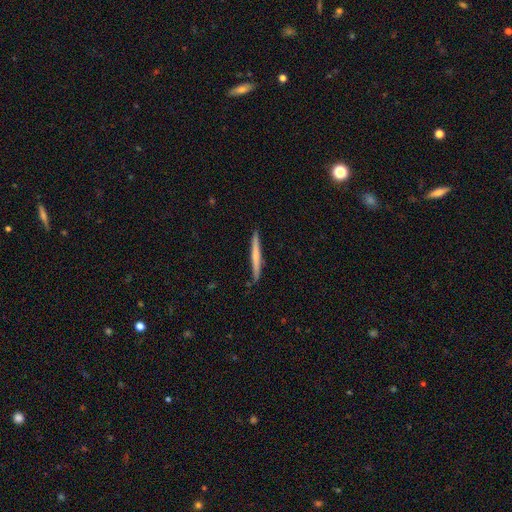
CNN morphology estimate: This appears to be a smooth galaxy with no disk features (53%) that is cigar-shaped (96%). Merging: none (88%).